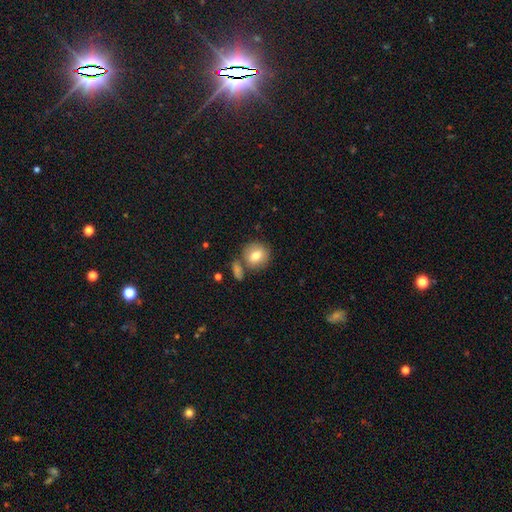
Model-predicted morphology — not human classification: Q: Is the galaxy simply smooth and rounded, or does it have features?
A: smooth — 76%.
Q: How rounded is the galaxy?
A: round — 82%.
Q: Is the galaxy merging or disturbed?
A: none — 69%.